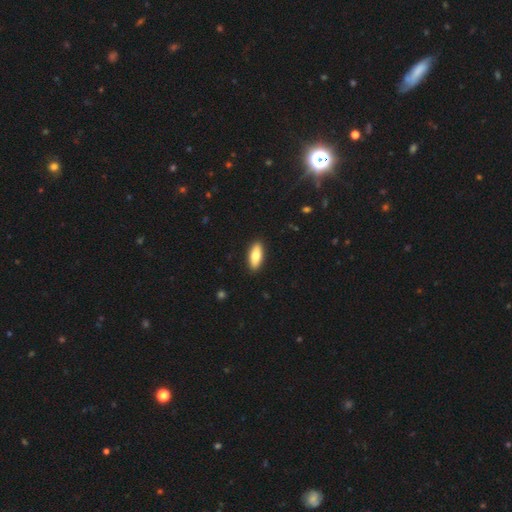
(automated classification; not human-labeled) The model was most divided on "how rounded": in between: 73%, cigar-shaped: 25%, round: 2%. More confident: merging — none (91%); smooth or featured — smooth (82%).